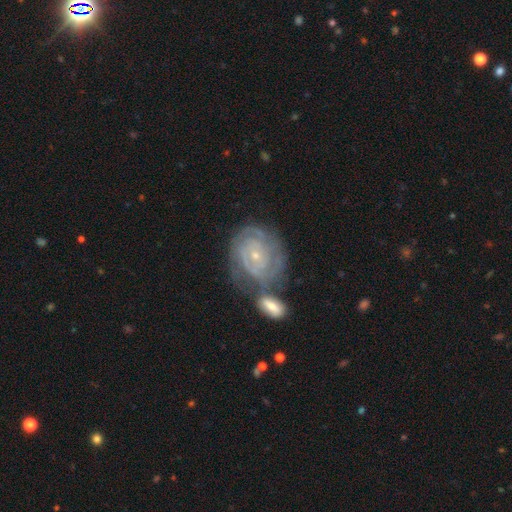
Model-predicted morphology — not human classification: smooth_or_featured: featured or disk (p=0.82) [alt: smooth p=0.12]
disk_edge_on: no (p=0.97) [alt: yes p=0.03]
bar: no (p=0.74) [alt: weak p=0.21]
has_spiral_arms: yes (p=0.92) [alt: no p=0.08]
spiral_winding: tight (p=0.77) [alt: medium p=0.19]
spiral_arm_count: can't tell (p=0.41) [alt: 2 p=0.23]
bulge_size: small (p=0.78) [alt: moderate p=0.18]
merging: none (p=0.47) [alt: merger p=0.26]